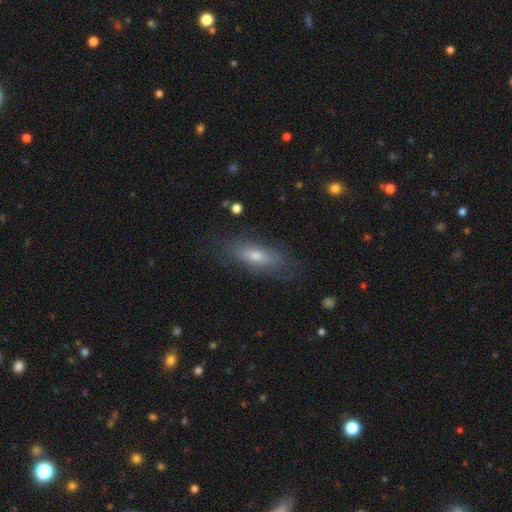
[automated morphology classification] smooth-or-featured: smooth: 56% | featured or disk: 35% | star or artifact: 9%
  how-rounded: in between: 57% | cigar-shaped: 40% | round: 3%
  merging: none: 75% | minor disturbance: 17% | major disturbance: 7% | merger: 1%